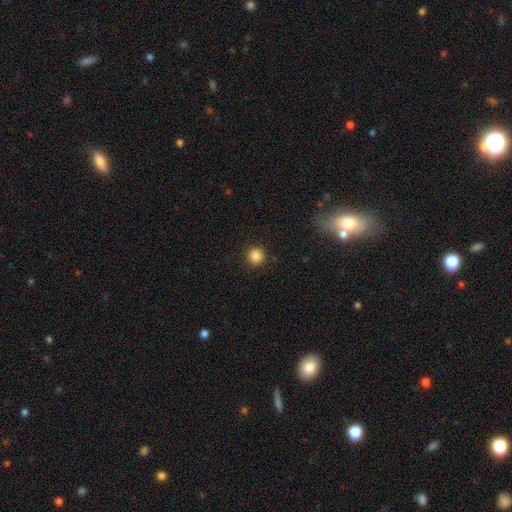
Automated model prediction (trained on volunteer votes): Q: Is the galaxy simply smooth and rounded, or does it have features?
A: smooth — 87%.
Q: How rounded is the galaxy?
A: round — 95%.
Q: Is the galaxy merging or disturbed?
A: none — 91%.